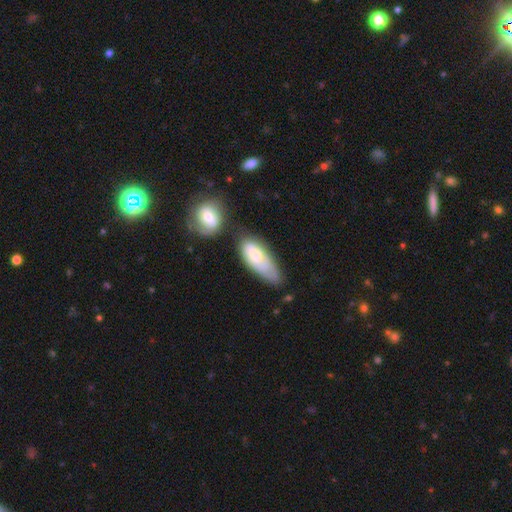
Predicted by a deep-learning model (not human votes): Smooth or featured?
  - smooth: 59% *
  - featured or disk: 35%
  - star or artifact: 6%
How rounded?
  - in between: 80% *
  - cigar-shaped: 17%
  - round: 3%
Merging?
  - none: 39% *
  - minor disturbance: 28%
  - merger: 19%
  - major disturbance: 15%